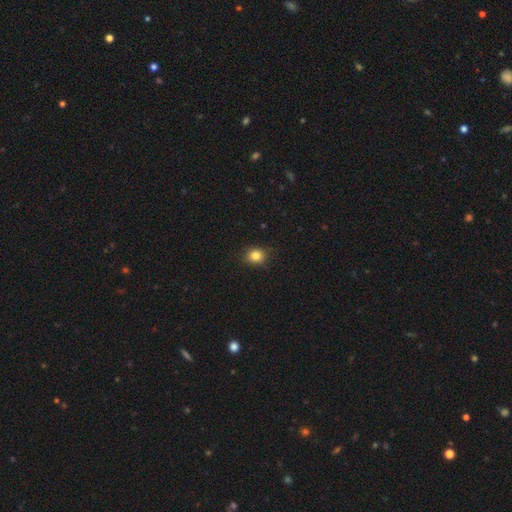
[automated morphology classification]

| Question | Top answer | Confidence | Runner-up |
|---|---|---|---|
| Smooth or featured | smooth | 84% | star or artifact (11%) |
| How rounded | round | 72% | in between (28%) |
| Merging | none | 88% | minor disturbance (9%) |